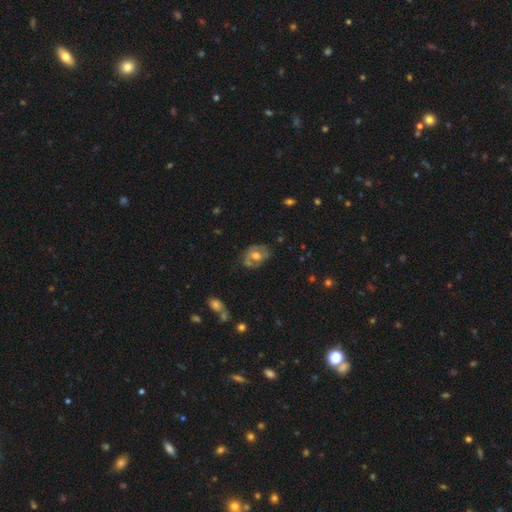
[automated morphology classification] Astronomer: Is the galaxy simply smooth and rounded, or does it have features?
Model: featured or disk — 52% (runner-up: smooth, 40%).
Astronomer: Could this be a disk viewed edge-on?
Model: no — 95%.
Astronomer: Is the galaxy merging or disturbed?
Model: none — 60%.